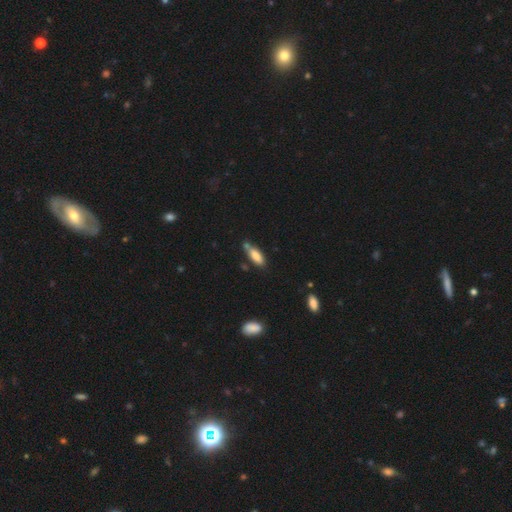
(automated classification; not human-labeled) Morphology: type=smooth (82%); roundness=in between (65%); merging=none (60%).